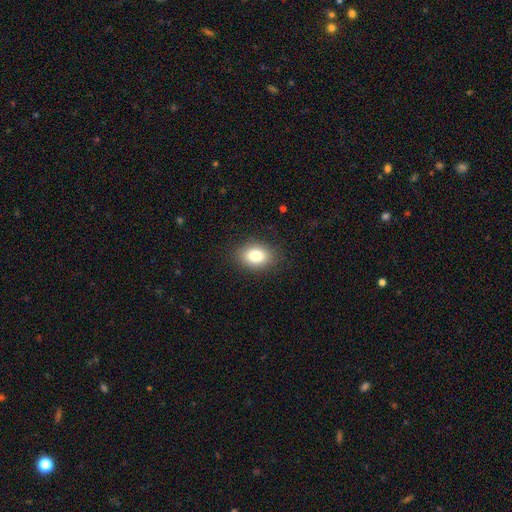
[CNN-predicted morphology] smooth 83%, star or artifact 9%, featured or disk 8%. Down the decision tree: how rounded — in between (79%); merging — none (86%).